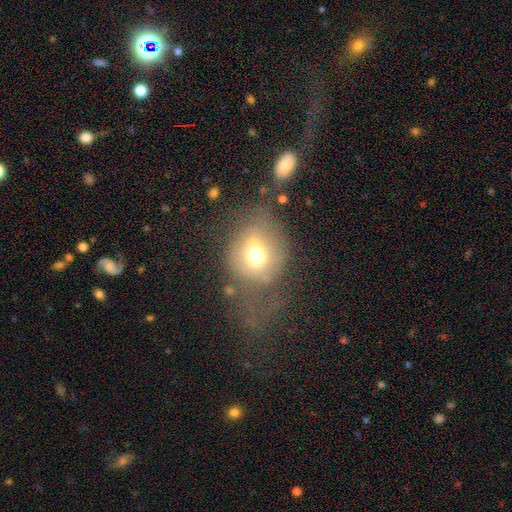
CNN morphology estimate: Q: Smooth or featured?
A: smooth (62%); runner-up: featured or disk (24%)
Q: How rounded?
A: round (70%); runner-up: in between (29%)
Q: Merging?
A: major disturbance (37%); runner-up: none (33%)